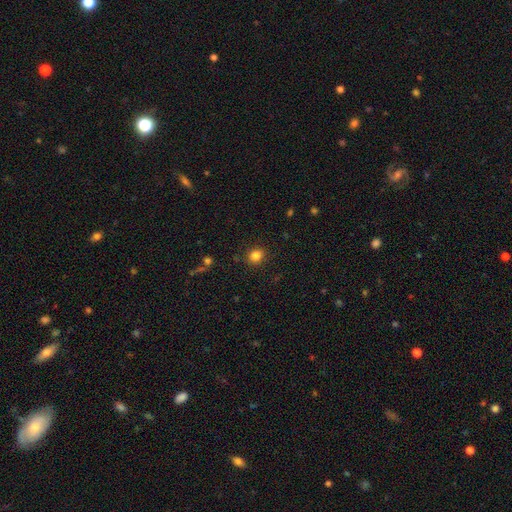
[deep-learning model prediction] Smooth or featured?
  - smooth: 83% *
  - star or artifact: 12%
  - featured or disk: 5%
How rounded?
  - round: 71% *
  - in between: 28%
  - cigar-shaped: 1%
Merging?
  - none: 88% *
  - minor disturbance: 8%
  - major disturbance: 2%
  - merger: 2%